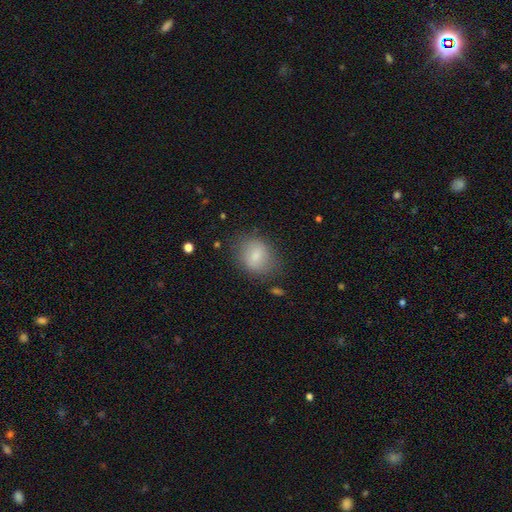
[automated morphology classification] A smooth galaxy with no disk features (79%) that is round (55%).

Vote fractions:
- Smooth or featured? smooth: 79% / featured or disk: 13% / star or artifact: 8%
- How rounded? round: 55% / in between: 43% / cigar-shaped: 1%
- Merging? none: 73% / minor disturbance: 18% / major disturbance: 7% / merger: 2%